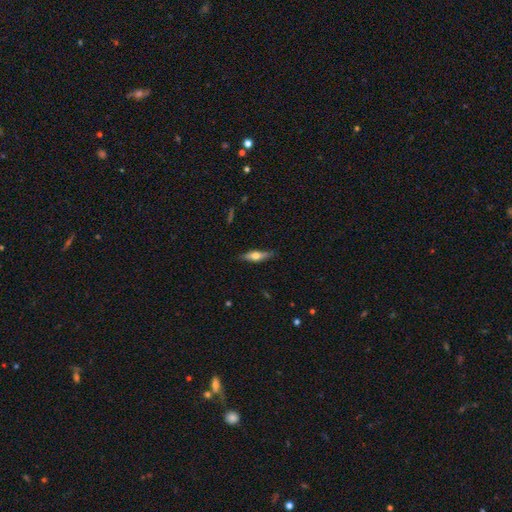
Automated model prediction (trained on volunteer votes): Q: Smooth or featured?
A: featured or disk (49%); runner-up: smooth (45%)
Q: Merging?
A: none (84%); runner-up: minor disturbance (13%)